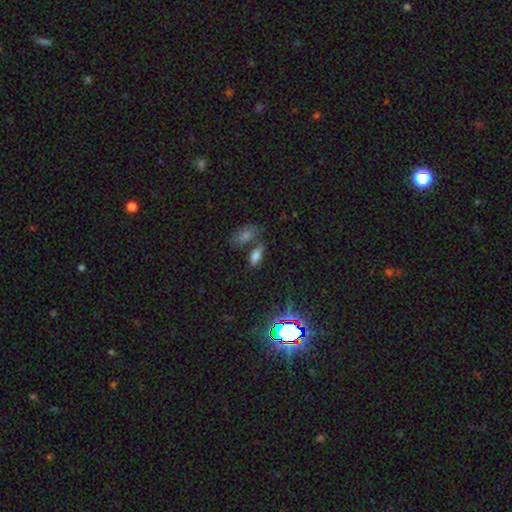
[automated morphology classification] This is likely a smooth galaxy (74%). How rounded: clearly in between (86%). Merging: possibly none (59%).